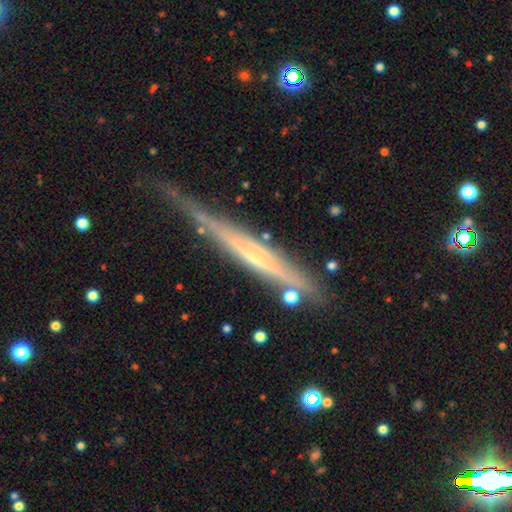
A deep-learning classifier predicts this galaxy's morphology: The model was most divided on "edge-on bulge": none: 60%, rounded: 31%, boxy: 9%. More confident: edge-on disk — yes (94%); smooth or featured — featured or disk (73%); merging — none (64%).